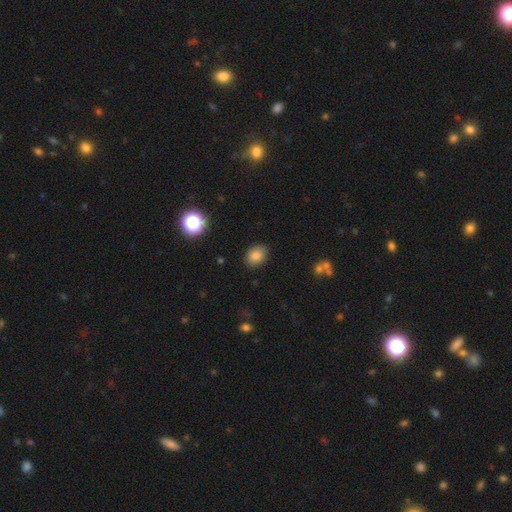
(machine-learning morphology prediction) smooth_or_featured: smooth (p=0.82) [alt: star or artifact p=0.11]
how_rounded: in between (p=0.61) [alt: round p=0.38]
merging: none (p=0.85) [alt: minor disturbance p=0.11]